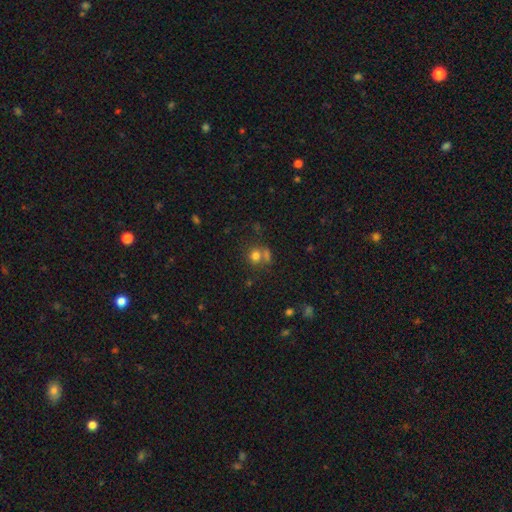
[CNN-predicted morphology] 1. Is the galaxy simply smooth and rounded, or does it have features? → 74% smooth, 16% star or artifact, 10% featured or disk.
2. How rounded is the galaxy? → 81% round, 17% in between, 1% cigar-shaped.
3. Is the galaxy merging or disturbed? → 54% none, 29% merger, 11% minor disturbance, 6% major disturbance.